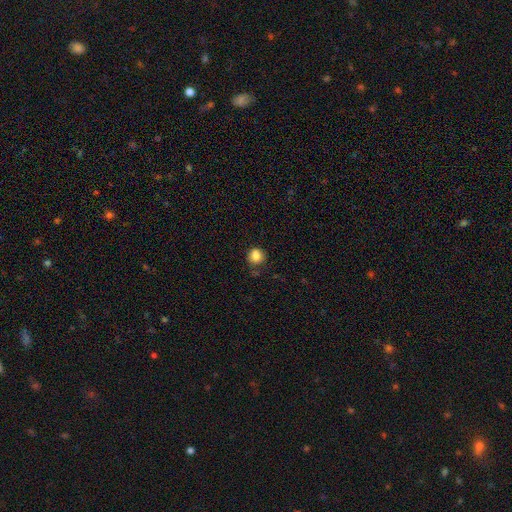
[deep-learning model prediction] Smooth or featured? smooth (85%)
How rounded? round (88%)
Merging? none (79%)